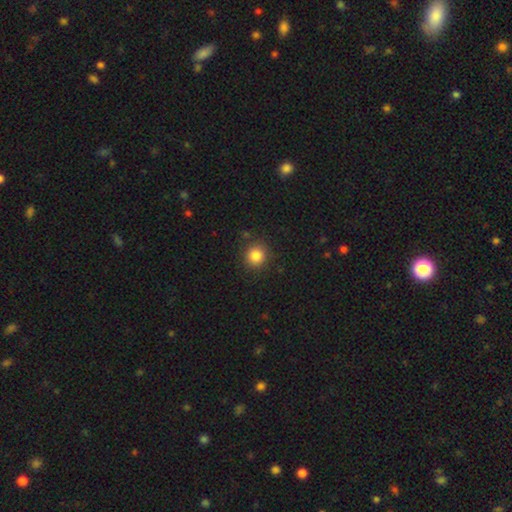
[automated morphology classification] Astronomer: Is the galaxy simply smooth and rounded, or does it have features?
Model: smooth — 85%.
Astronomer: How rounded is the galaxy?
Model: round — 90%.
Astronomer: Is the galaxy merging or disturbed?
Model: none — 88%.